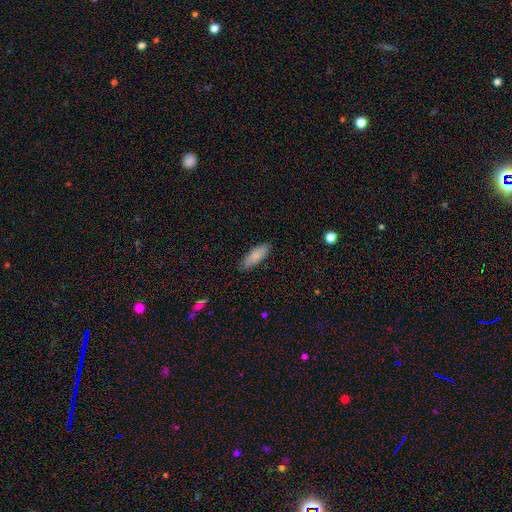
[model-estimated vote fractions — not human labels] smooth_or_featured: smooth (p=0.83) [alt: featured or disk p=0.11]
how_rounded: in between (p=0.67) [alt: cigar-shaped p=0.31]
merging: none (p=0.84) [alt: minor disturbance p=0.13]